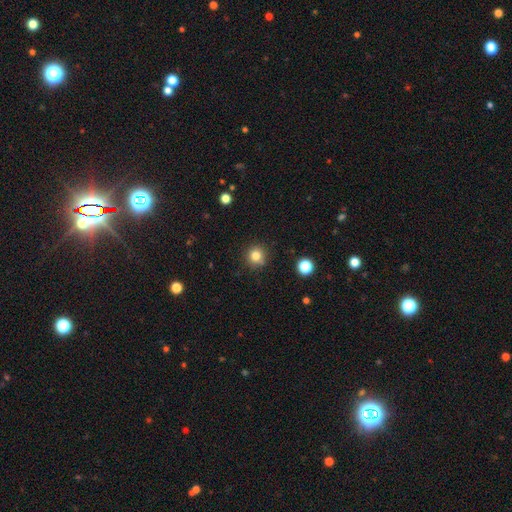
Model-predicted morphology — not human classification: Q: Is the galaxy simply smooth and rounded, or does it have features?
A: smooth — 81%.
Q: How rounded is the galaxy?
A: round — 93%.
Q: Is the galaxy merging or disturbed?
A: none — 86%.